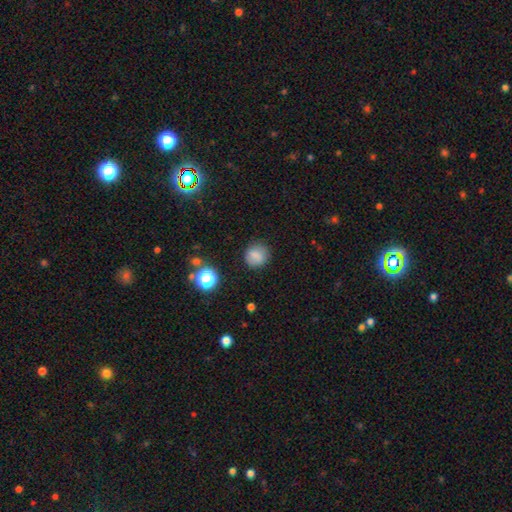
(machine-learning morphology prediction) smooth 79%, star or artifact 12%, featured or disk 9%. Down the decision tree: how rounded — round (85%); merging — none (81%).